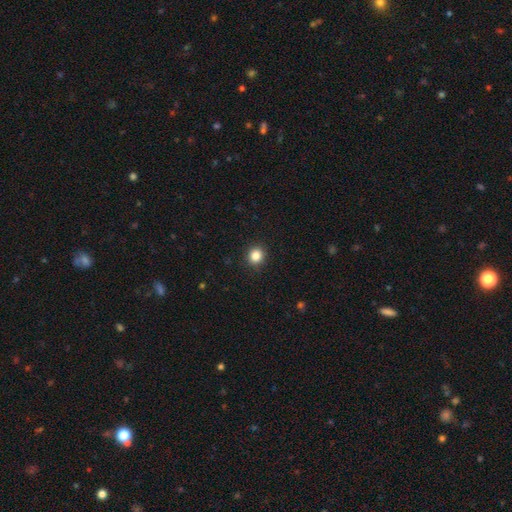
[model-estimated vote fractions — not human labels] This appears to be a smooth galaxy with no disk features (85%) that is round (87%). Merging: none (92%).